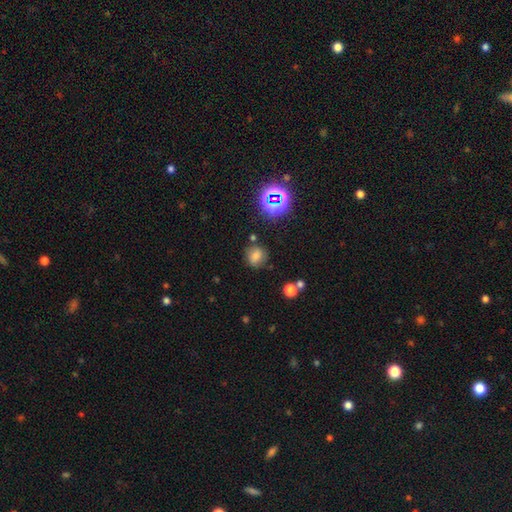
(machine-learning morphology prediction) Smooth or featured: smooth — 67% (star or artifact — 21%)
How rounded: round — 75% (in between — 24%)
Merging: none — 76% (minor disturbance — 14%)